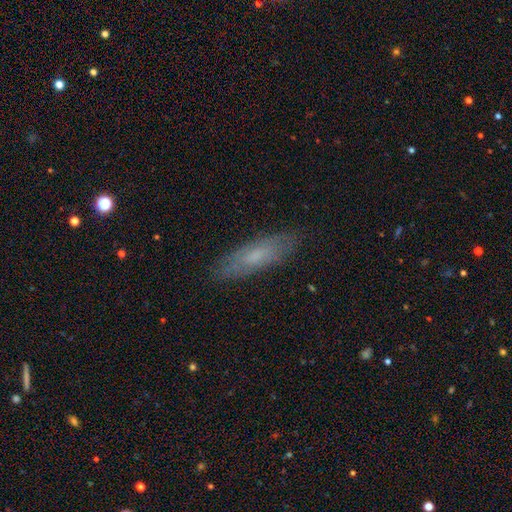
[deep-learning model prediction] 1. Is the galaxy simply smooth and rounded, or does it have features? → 57% smooth, 35% featured or disk, 8% star or artifact.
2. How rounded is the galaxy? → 58% cigar-shaped, 40% in between, 2% round.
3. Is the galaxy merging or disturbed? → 83% none, 13% minor disturbance, 3% major disturbance, 1% merger.